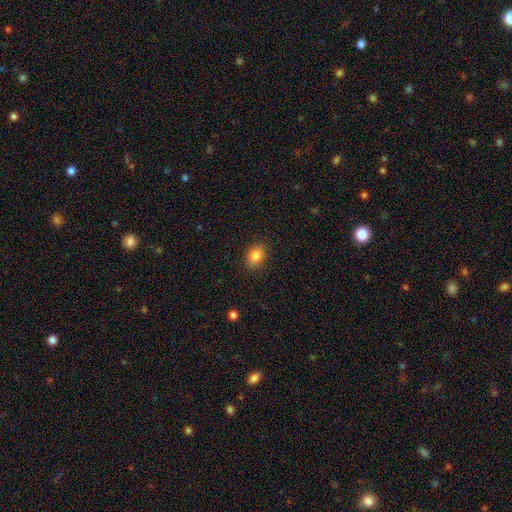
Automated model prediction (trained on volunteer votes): smooth-or-featured: smooth: 84% | star or artifact: 10% | featured or disk: 6%
  how-rounded: in between: 67% | round: 31% | cigar-shaped: 1%
  merging: none: 86% | minor disturbance: 10% | major disturbance: 2% | merger: 1%